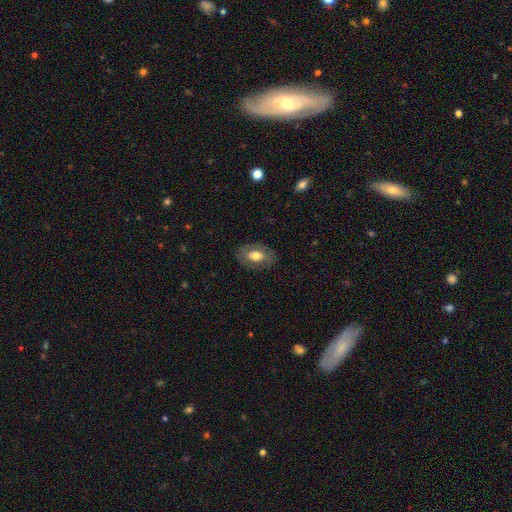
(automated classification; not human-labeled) smooth-or-featured: smooth: 60% | featured or disk: 32% | star or artifact: 7%
  how-rounded: in between: 85% | round: 13% | cigar-shaped: 2%
  merging: none: 79% | minor disturbance: 14% | major disturbance: 5% | merger: 1%